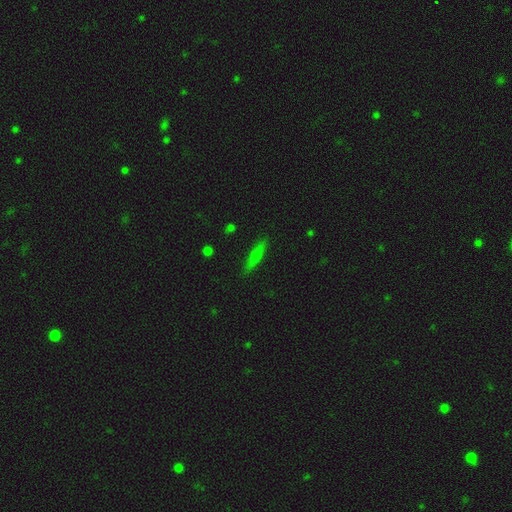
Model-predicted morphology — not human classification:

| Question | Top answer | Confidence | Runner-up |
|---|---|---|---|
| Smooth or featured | smooth | 49% | featured or disk (40%) |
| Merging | none | 88% | minor disturbance (9%) |